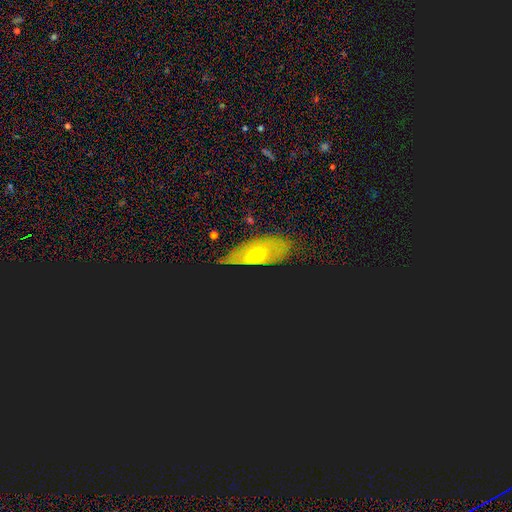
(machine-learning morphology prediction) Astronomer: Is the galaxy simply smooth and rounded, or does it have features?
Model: featured or disk — 38%, tied with smooth at 38%.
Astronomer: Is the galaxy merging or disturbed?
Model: none — 70%.